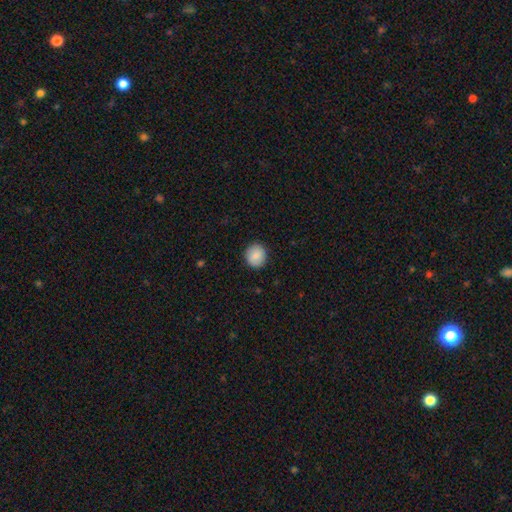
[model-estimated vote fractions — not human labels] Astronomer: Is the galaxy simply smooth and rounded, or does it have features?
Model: smooth — 86%.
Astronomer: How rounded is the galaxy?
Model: round — 90%.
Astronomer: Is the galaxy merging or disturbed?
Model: none — 90%.